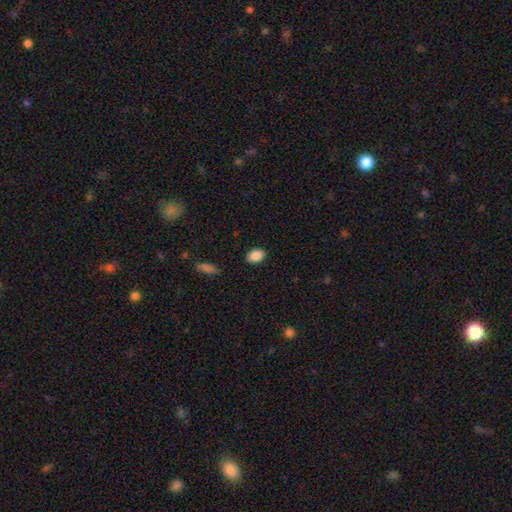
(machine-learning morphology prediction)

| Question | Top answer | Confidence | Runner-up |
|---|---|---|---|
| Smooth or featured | smooth | 88% | star or artifact (8%) |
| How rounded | in between | 78% | round (21%) |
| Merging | none | 88% | minor disturbance (8%) |